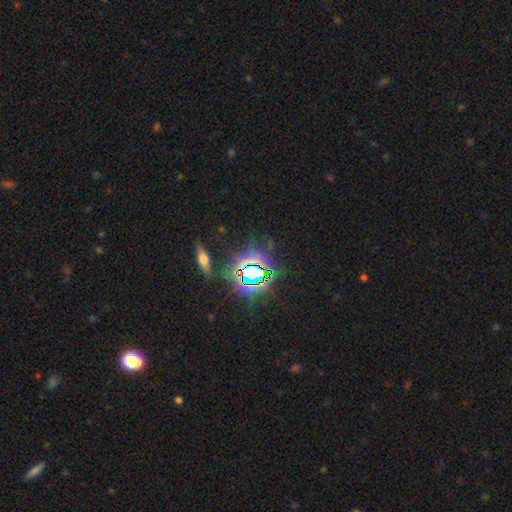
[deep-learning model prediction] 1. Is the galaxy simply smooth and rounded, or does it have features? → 77% star or artifact, 13% smooth, 10% featured or disk.